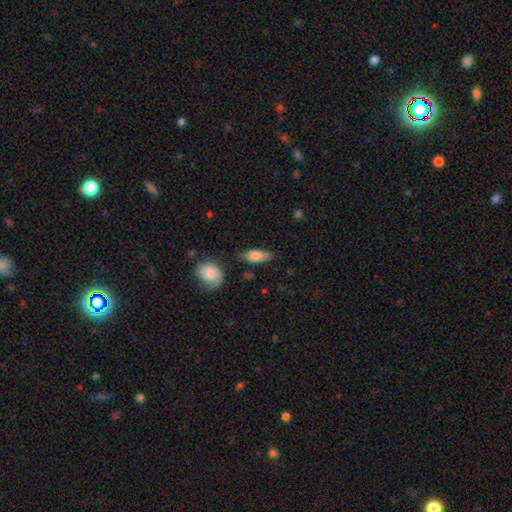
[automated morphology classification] This is clearly a smooth galaxy (81%). How rounded: likely in between (76%). Merging: likely none (60%).